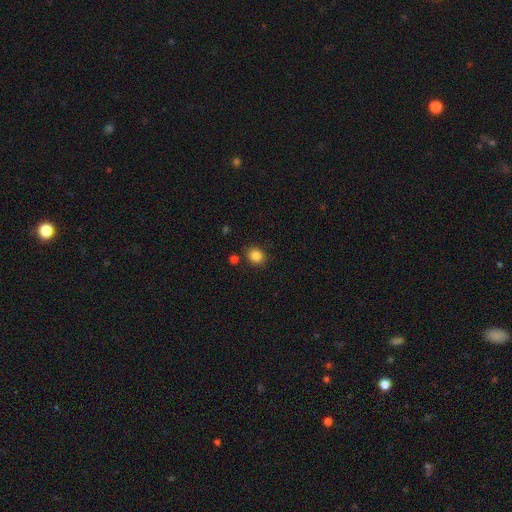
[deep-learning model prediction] The model was most divided on "how rounded": round: 71%, in between: 28%, cigar-shaped: 1%. More confident: smooth or featured — smooth (85%); merging — none (85%).